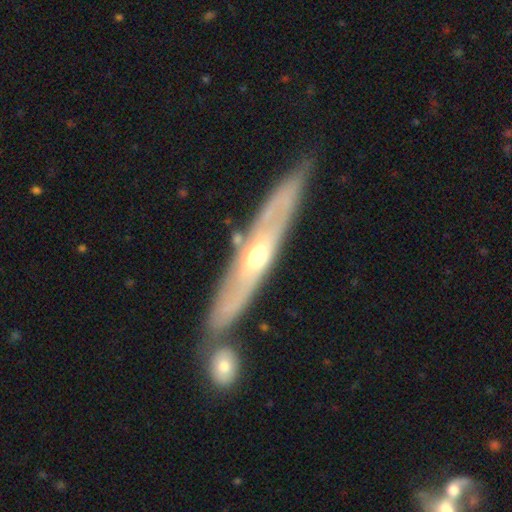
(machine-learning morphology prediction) Q: Smooth or featured?
A: featured or disk (74%); runner-up: smooth (21%)
Q: Edge-on disk?
A: yes (58%); runner-up: no (42%)
Q: Merging?
A: none (74%); runner-up: minor disturbance (14%)